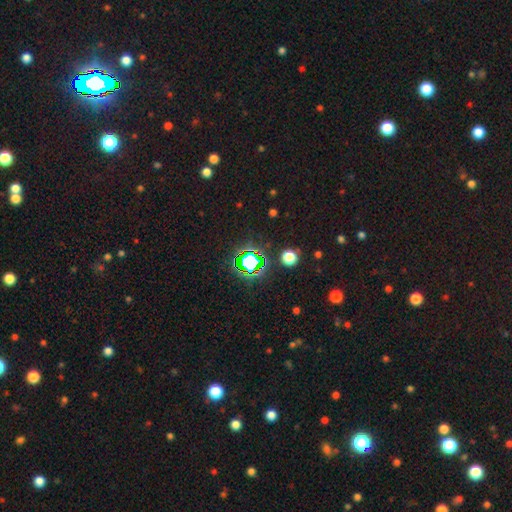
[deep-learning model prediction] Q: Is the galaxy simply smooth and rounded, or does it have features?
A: star or artifact — 80%.